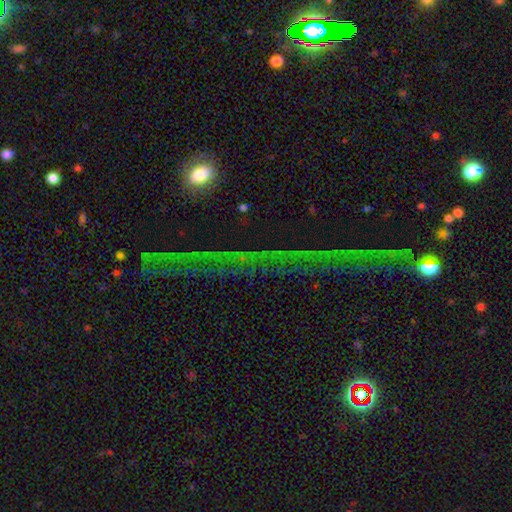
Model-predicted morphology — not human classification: A star or artifact, not a galaxy (66%).